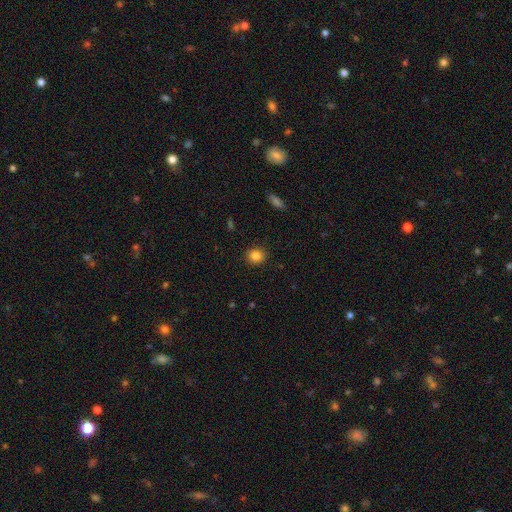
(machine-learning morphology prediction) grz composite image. It shows a smooth galaxy with no disk features (84%) that is round (80%). Merging: none (91%).